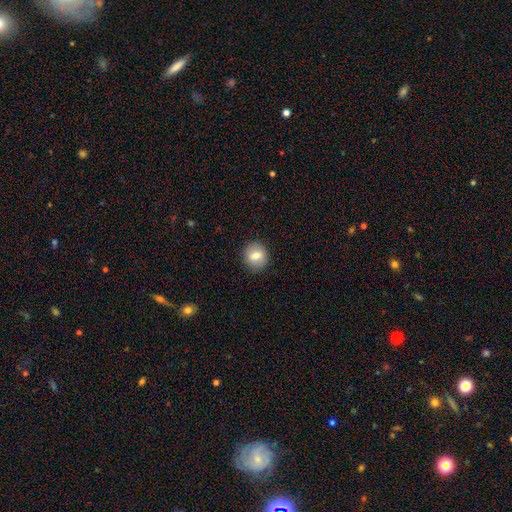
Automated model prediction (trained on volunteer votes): A smooth galaxy with no disk features (75%) that is round (79%).

Vote fractions:
- Smooth or featured? smooth: 75% / featured or disk: 17% / star or artifact: 9%
- How rounded? round: 79% / in between: 20% / cigar-shaped: 1%
- Merging? none: 88% / minor disturbance: 9% / major disturbance: 2% / merger: 1%